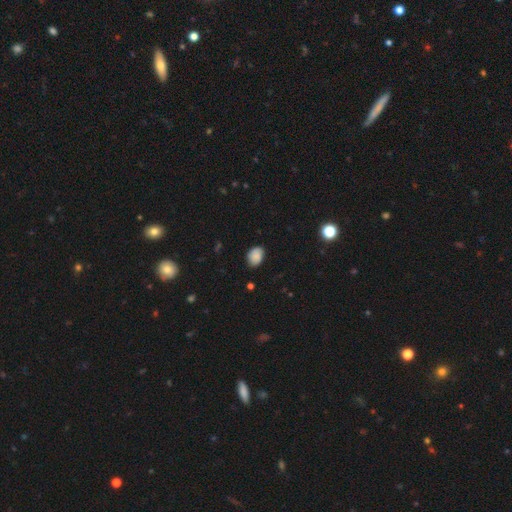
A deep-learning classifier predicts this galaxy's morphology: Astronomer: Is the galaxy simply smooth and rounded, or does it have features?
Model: smooth — 86%.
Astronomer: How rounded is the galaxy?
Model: in between — 73%.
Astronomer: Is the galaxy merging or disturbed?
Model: none — 78%.